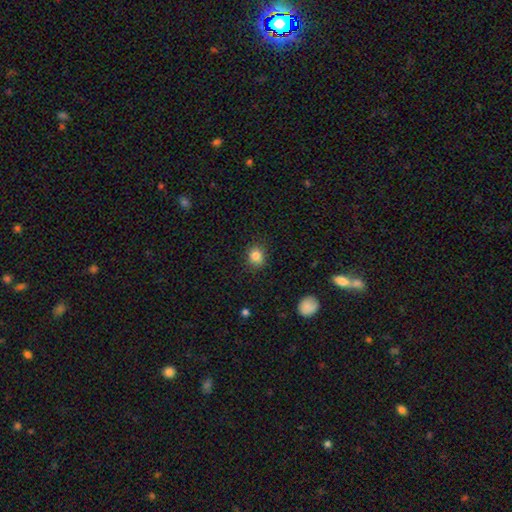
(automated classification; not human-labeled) Smooth or featured: smooth — 84% (star or artifact — 11%)
How rounded: round — 76% (in between — 23%)
Merging: none — 85% (minor disturbance — 11%)